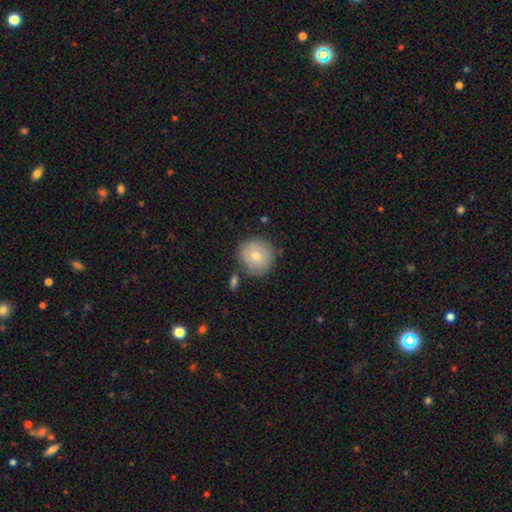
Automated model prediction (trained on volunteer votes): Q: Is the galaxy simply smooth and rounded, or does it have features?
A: smooth — 72%.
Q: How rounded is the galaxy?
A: round — 94%.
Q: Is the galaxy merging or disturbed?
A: none — 82%.